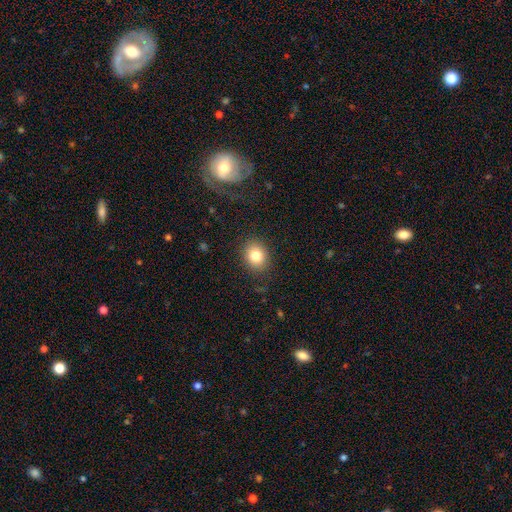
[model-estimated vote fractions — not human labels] smooth 82%, star or artifact 10%, featured or disk 8%. Down the decision tree: how rounded — round (58%); merging — none (86%).